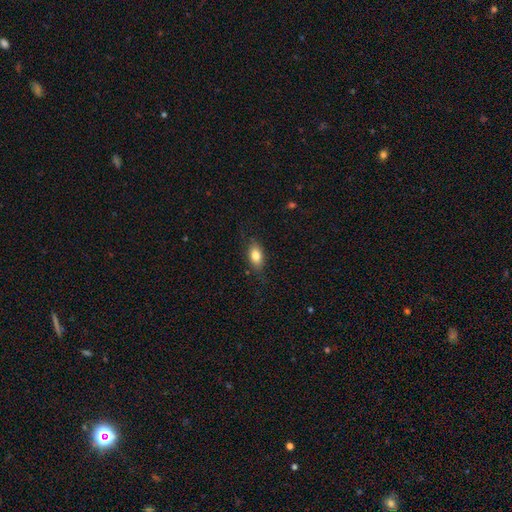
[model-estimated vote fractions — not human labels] smooth 81%, featured or disk 12%, star or artifact 8%. Down the decision tree: how rounded — in between (87%); merging — none (81%).